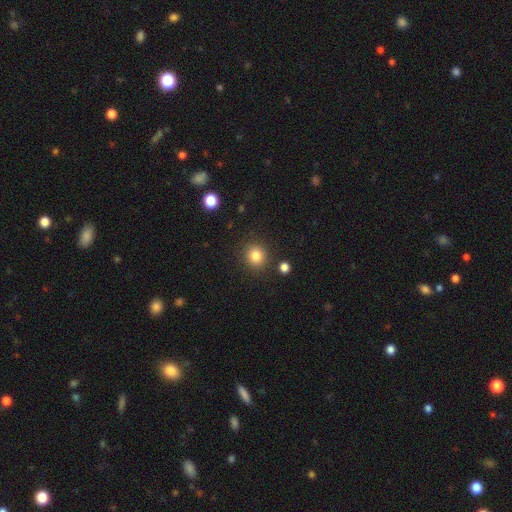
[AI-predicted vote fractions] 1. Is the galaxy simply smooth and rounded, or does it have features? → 83% smooth, 11% star or artifact, 5% featured or disk.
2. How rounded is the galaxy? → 87% round, 13% in between, 1% cigar-shaped.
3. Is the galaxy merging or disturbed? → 87% none, 7% minor disturbance, 3% merger, 3% major disturbance.